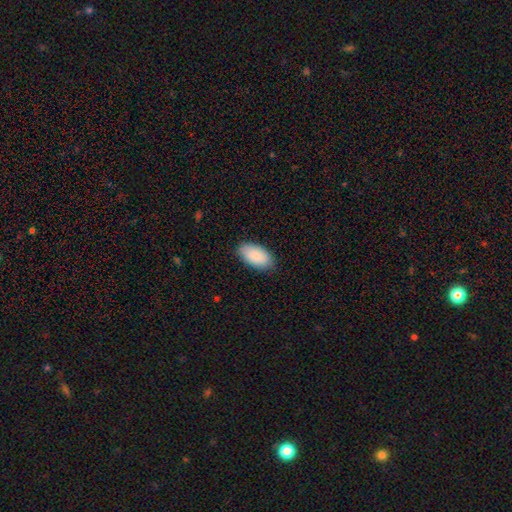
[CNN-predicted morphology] This is clearly a smooth galaxy (88%). How rounded: clearly in between (96%). Merging: clearly none (85%).